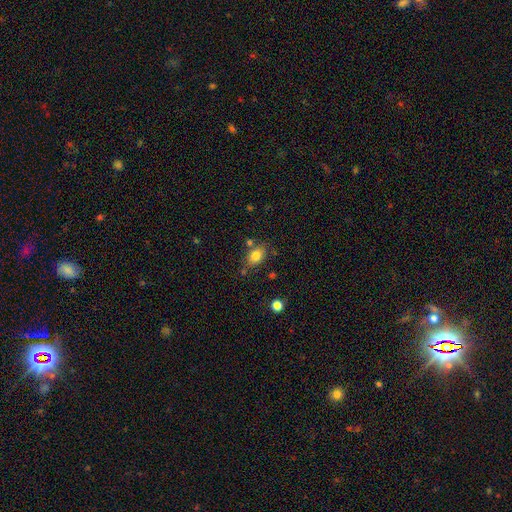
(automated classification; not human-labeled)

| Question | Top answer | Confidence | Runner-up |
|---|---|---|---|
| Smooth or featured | smooth | 82% | star or artifact (10%) |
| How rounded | in between | 75% | round (23%) |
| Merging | none | 71% | minor disturbance (16%) |